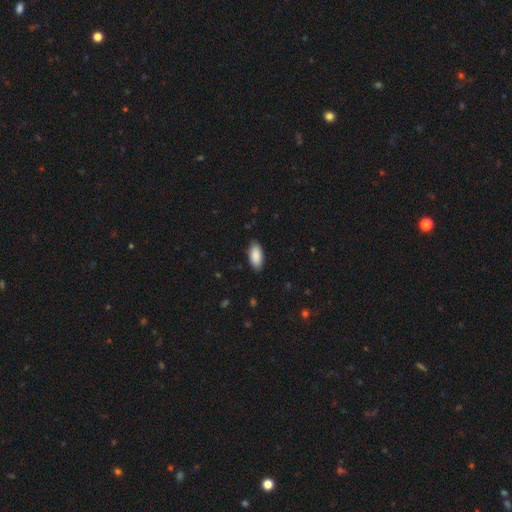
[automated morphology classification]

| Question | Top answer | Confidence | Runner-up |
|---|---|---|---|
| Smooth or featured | smooth | 90% | star or artifact (6%) |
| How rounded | in between | 93% | cigar-shaped (6%) |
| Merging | none | 87% | minor disturbance (10%) |